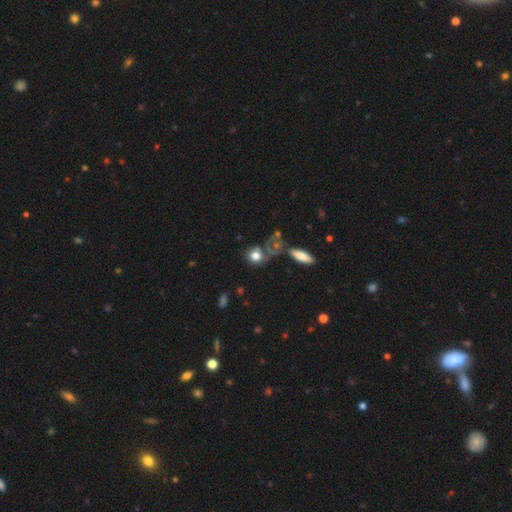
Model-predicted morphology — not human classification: Smooth or featured: smooth — 73% (featured or disk — 16%)
How rounded: round — 70% (in between — 27%)
Merging: none — 41% (merger — 26%)